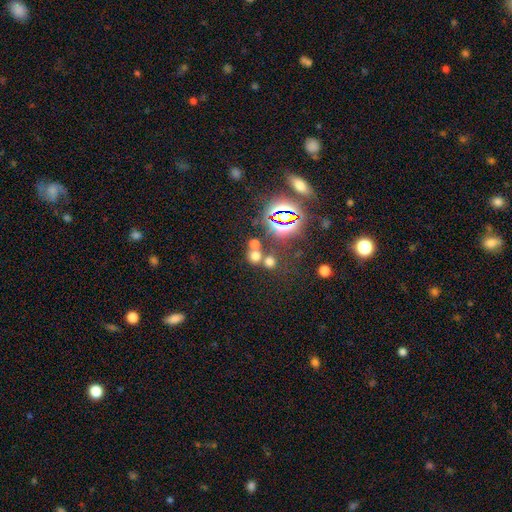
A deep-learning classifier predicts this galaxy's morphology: This appears to be a smooth galaxy with no disk features (57%) that is round (82%). Merging: none (55%).